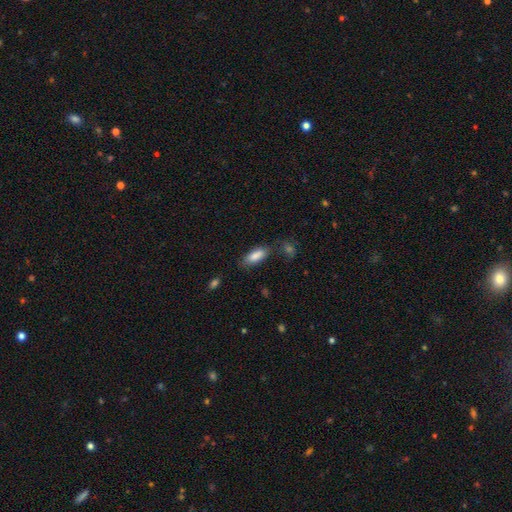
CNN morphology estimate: Q: Smooth or featured?
A: smooth (85%); runner-up: featured or disk (8%)
Q: How rounded?
A: in between (78%); runner-up: cigar-shaped (20%)
Q: Merging?
A: none (72%); runner-up: minor disturbance (17%)